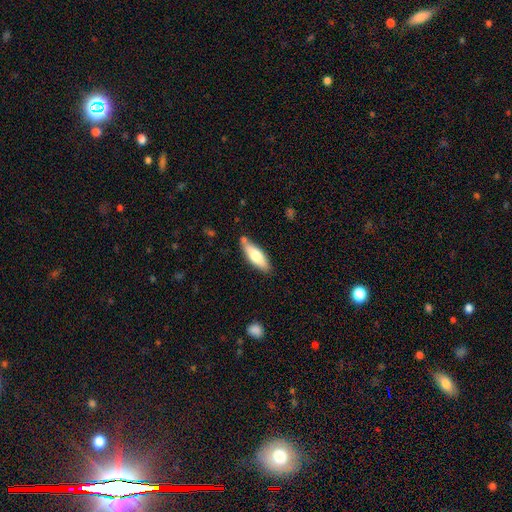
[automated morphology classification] smooth-or-featured: smooth: 69% | featured or disk: 26% | star or artifact: 5%
  how-rounded: in between: 52% | cigar-shaped: 46% | round: 2%
  merging: none: 75% | minor disturbance: 17% | merger: 5% | major disturbance: 3%